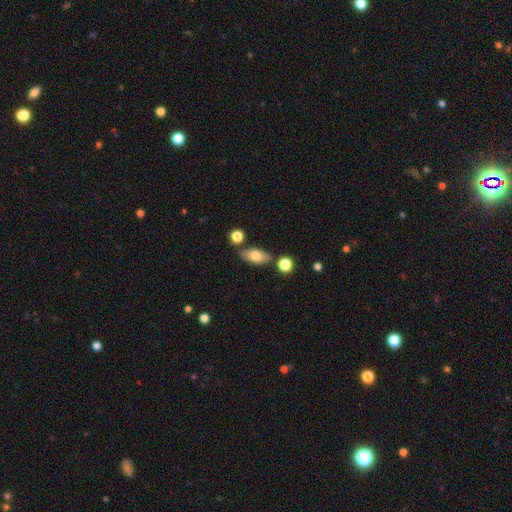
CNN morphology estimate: The model was most divided on "smooth or featured": smooth: 72%, featured or disk: 20%, star or artifact: 7%. More confident: how rounded — in between (86%); merging — none (77%).